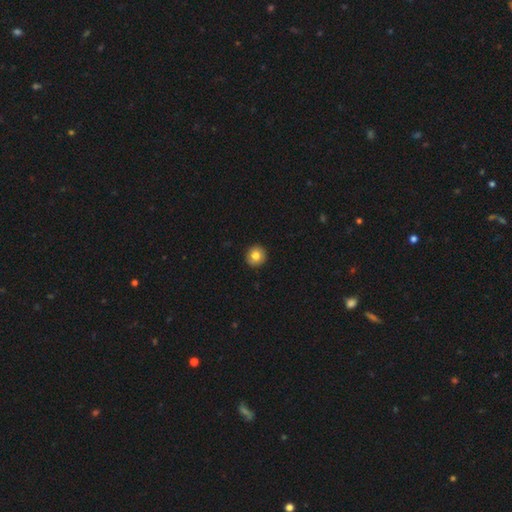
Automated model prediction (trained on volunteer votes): This appears to be a smooth galaxy with no disk features (81%) that is round (93%). Merging: none (92%).